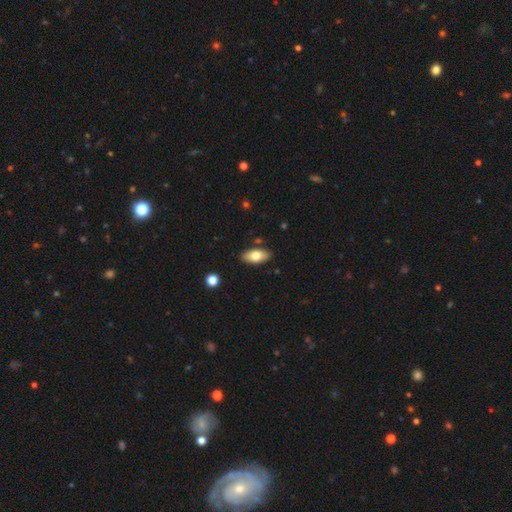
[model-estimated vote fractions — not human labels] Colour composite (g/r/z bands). It shows a smooth galaxy with no disk features (75%) that is in between round and cigar-shaped (91%). Merging: none (86%).